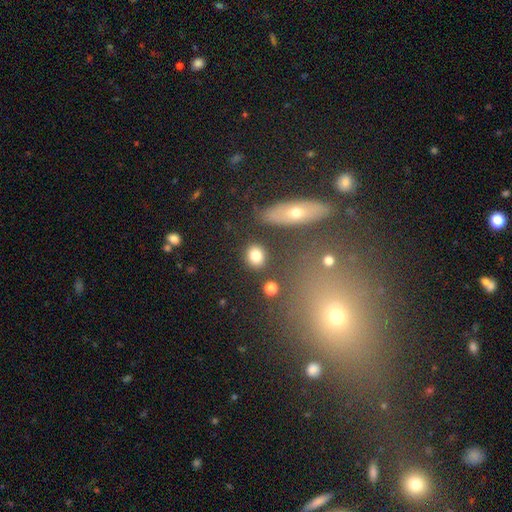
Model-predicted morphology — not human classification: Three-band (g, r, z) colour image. It shows a smooth galaxy with no disk features (82%) that is round (61%). Merging: none (81%).